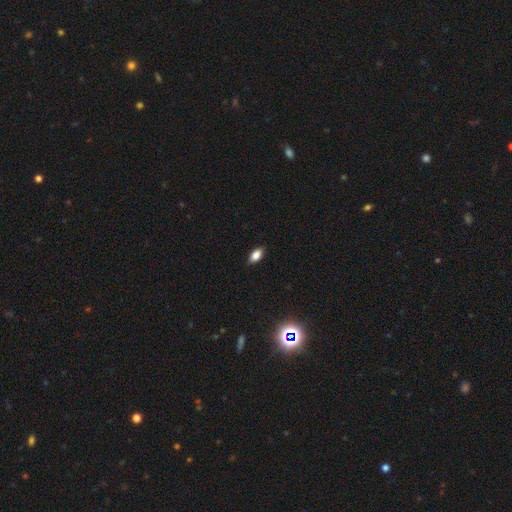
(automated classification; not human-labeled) A smooth galaxy with no disk features (83%) that is in between round and cigar-shaped (90%). Merging: none (88%).